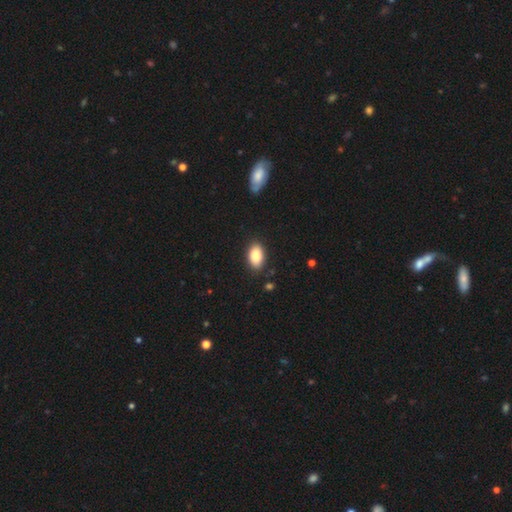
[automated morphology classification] type=smooth (88%); roundness=in between (93%); merging=none (86%).